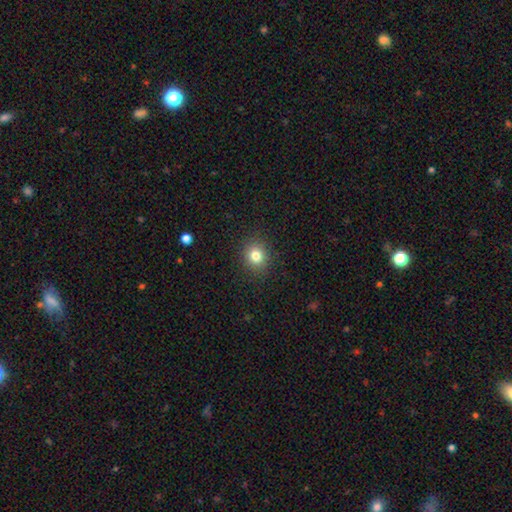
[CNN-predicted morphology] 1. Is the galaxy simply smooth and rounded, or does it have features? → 81% smooth, 13% star or artifact, 7% featured or disk.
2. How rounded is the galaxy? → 81% round, 18% in between, 1% cigar-shaped.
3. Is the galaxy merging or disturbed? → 90% none, 7% minor disturbance, 2% major disturbance, 1% merger.